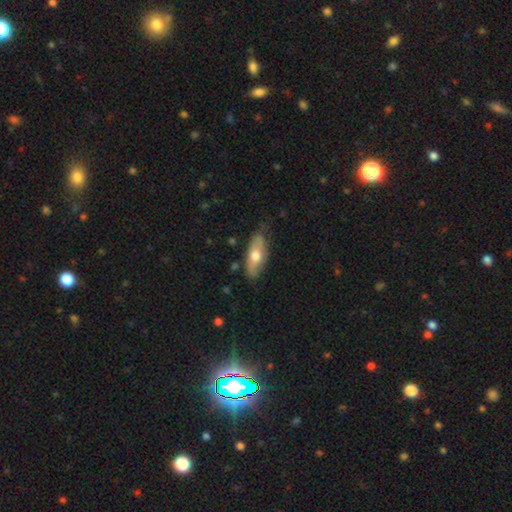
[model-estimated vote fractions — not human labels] This appears to be a smooth galaxy with no disk features (60%) that is in between round and cigar-shaped (74%). Merging: none (75%).